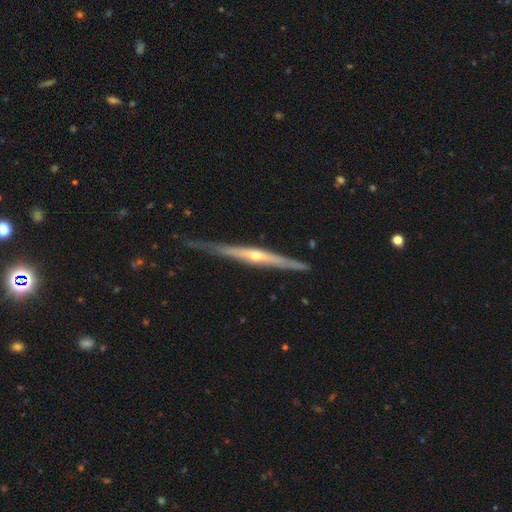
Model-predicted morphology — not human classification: Smooth or featured: featured or disk — 80% (smooth — 14%)
Edge-on disk: yes — 97% (no — 3%)
Edge-on bulge: rounded — 78% (none — 18%)
Merging: none — 77% (minor disturbance — 18%)